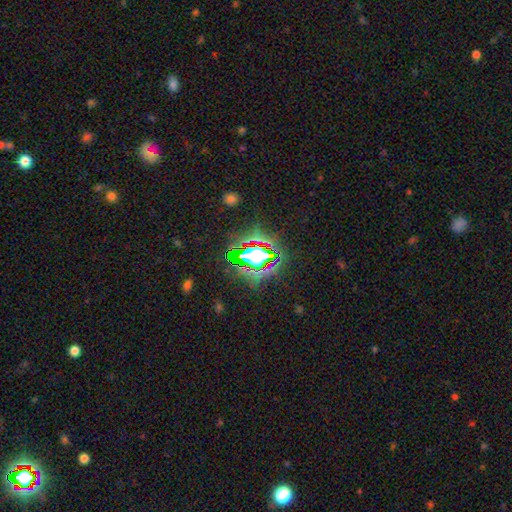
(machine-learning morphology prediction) A star or artifact, not a galaxy (71%).